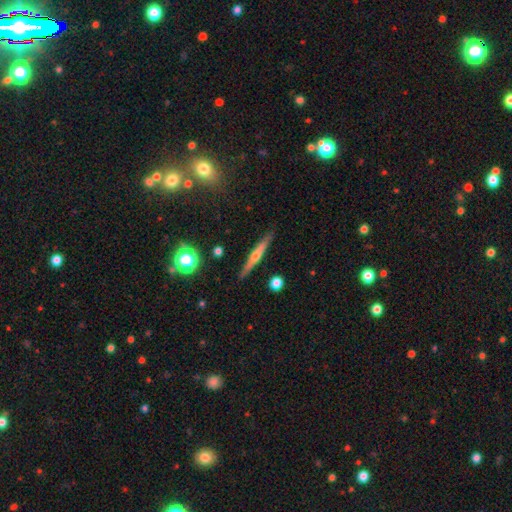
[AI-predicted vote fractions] This is likely a featured or disk galaxy (65%). It is clearly viewed edge-on (97%). Edge-on bulge: clearly rounded (83%). Merging: clearly none (90%).